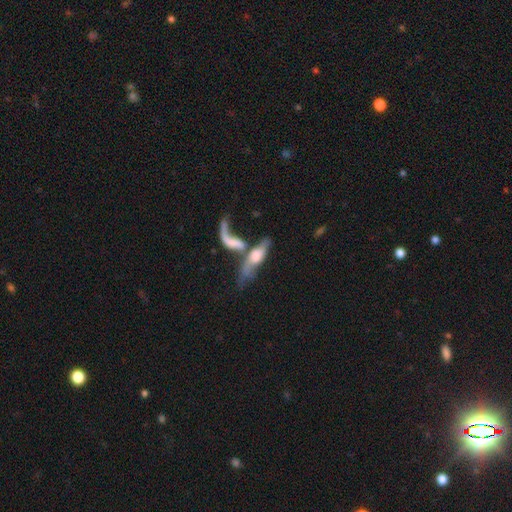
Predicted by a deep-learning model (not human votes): Smooth or featured? featured or disk (55%)
Edge-on disk? no (67%)
Merging? merger (71%)